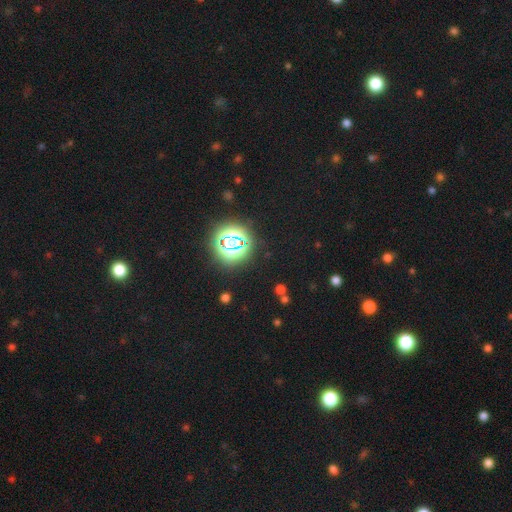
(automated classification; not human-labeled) Smooth or featured? star or artifact (71%)